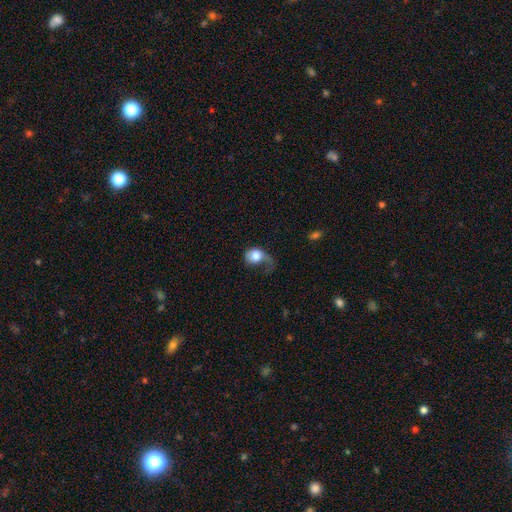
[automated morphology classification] smooth_or_featured: smooth (p=0.64) [alt: featured or disk p=0.28]
how_rounded: round (p=0.57) [alt: in between p=0.42]
merging: major disturbance (p=0.60) [alt: minor disturbance p=0.19]